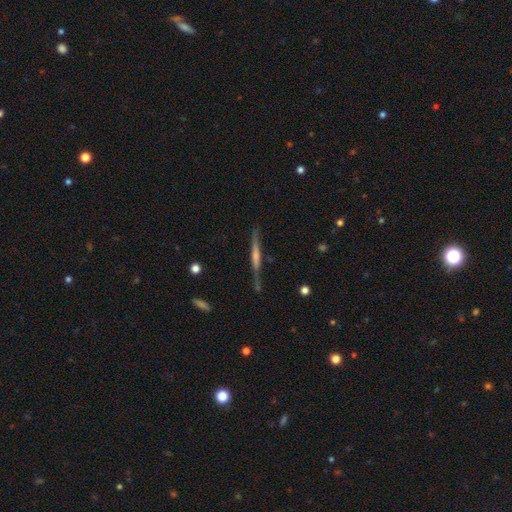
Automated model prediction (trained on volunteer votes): A featured or disk galaxy (73%) viewed edge-on (97%) with a rounded central bulge (54%). Merging: none (83%).